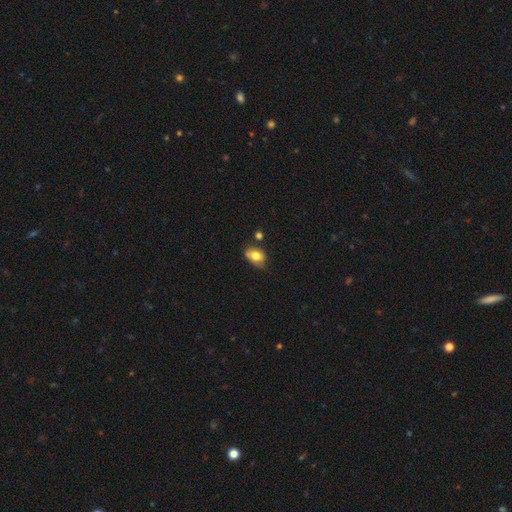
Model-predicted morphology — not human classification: Smooth or featured? Predicted: smooth (p=0.74). How rounded? Predicted: in between (p=0.78). Merging? Predicted: none (p=0.52).